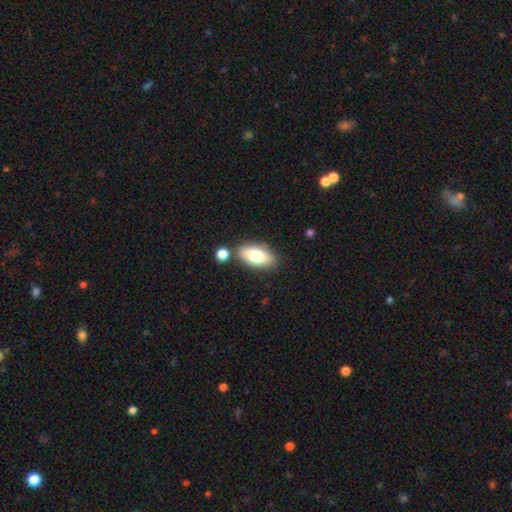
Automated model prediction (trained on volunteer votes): The model was most divided on "smooth or featured": smooth: 73%, featured or disk: 19%, star or artifact: 7%. More confident: how rounded — in between (87%); merging — none (77%).